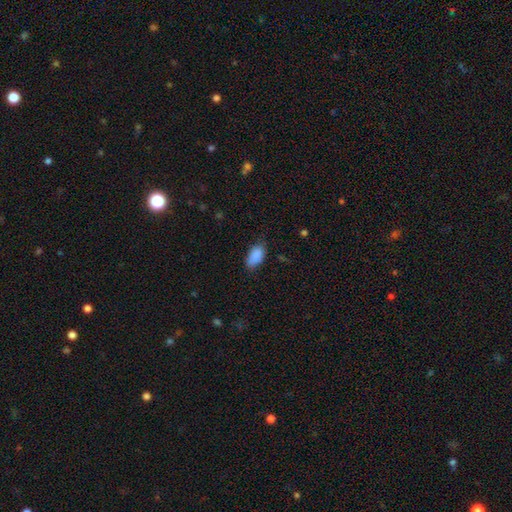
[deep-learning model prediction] smooth 87%, star or artifact 8%, featured or disk 5%. Down the decision tree: how rounded — in between (93%); merging — none (65%).